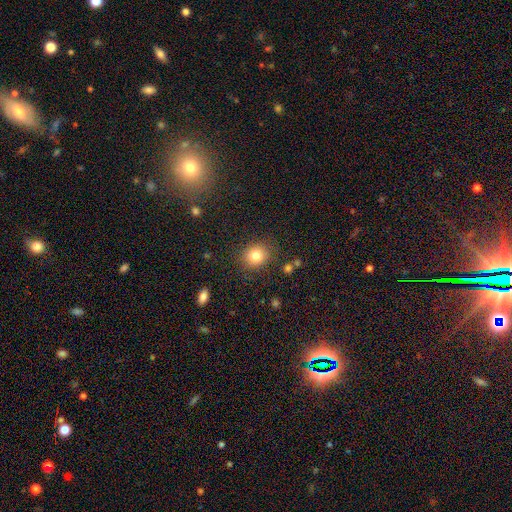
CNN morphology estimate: Smooth or featured?
  - smooth: 81% *
  - star or artifact: 11%
  - featured or disk: 7%
How rounded?
  - round: 77% *
  - in between: 22%
  - cigar-shaped: 1%
Merging?
  - none: 86% *
  - minor disturbance: 9%
  - major disturbance: 3%
  - merger: 2%